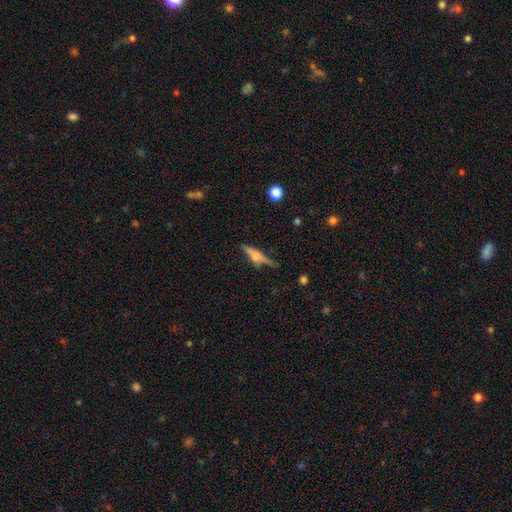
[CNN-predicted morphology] type=featured or disk (53%); edge-on=yes (93%); merging=none (69%).